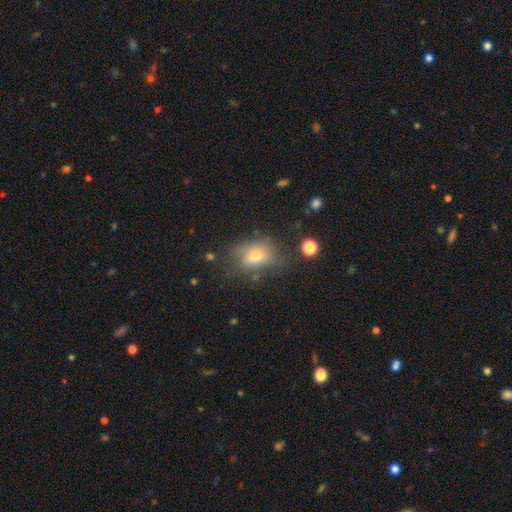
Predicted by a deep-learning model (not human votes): This appears to be a smooth galaxy with no disk features (72%) that is in between round and cigar-shaped (70%). Merging: none (60%).